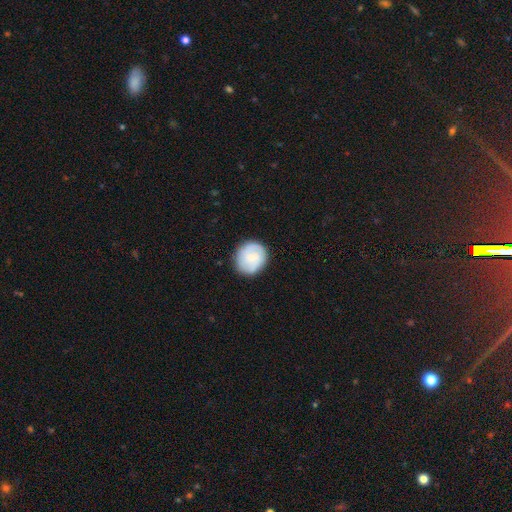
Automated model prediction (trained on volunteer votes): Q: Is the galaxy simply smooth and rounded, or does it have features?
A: smooth — 58%.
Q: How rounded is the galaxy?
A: round — 85%.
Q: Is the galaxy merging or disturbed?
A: none — 84%.